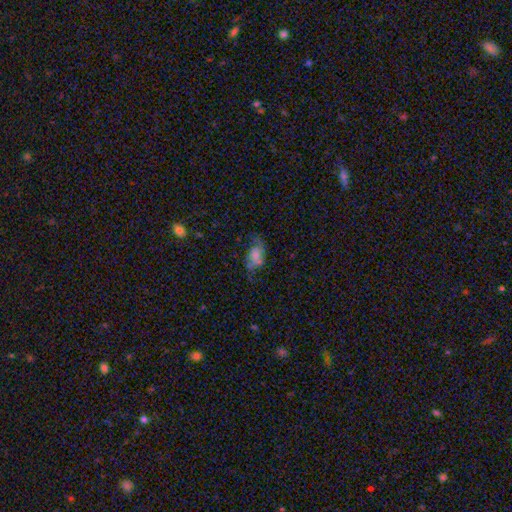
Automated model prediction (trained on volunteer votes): smooth_or_featured: smooth (p=0.47) [alt: featured or disk p=0.42]
merging: none (p=0.41) [alt: minor disturbance p=0.27]